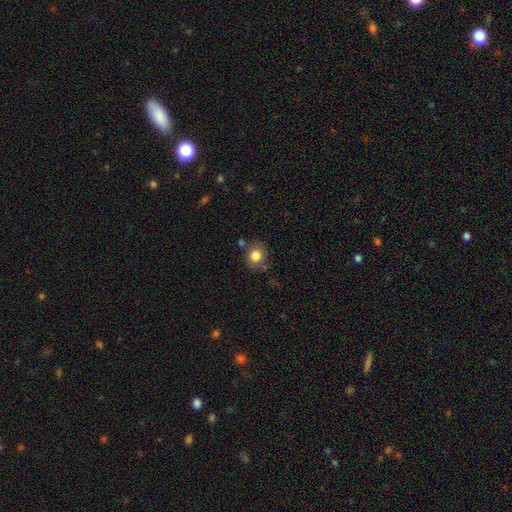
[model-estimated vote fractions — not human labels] Smooth or featured? Predicted: smooth (p=0.83). How rounded? Predicted: round (p=0.72). Merging? Predicted: none (p=0.72).